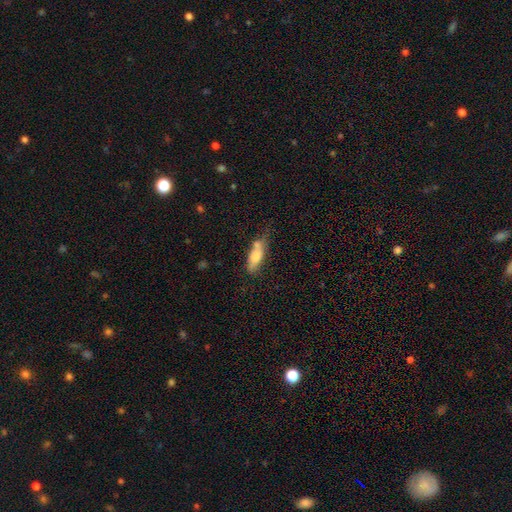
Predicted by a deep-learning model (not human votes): A smooth galaxy with no disk features (65%) that is in between round and cigar-shaped (58%).

Vote fractions:
- Smooth or featured? smooth: 65% / featured or disk: 27% / star or artifact: 7%
- How rounded? in between: 58% / cigar-shaped: 39% / round: 3%
- Merging? none: 42% / minor disturbance: 26% / merger: 21% / major disturbance: 10%